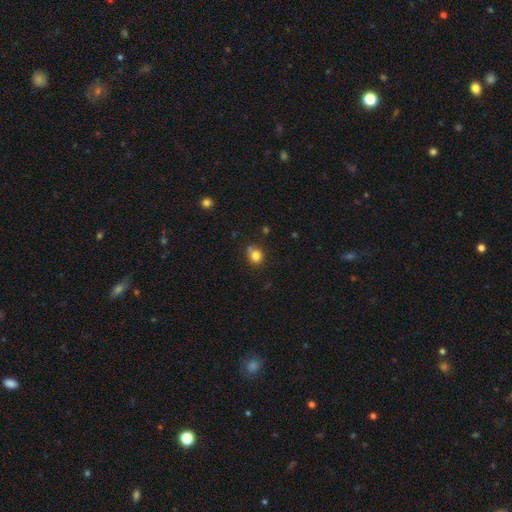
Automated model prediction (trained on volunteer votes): Smooth or featured: smooth — 81% (star or artifact — 12%)
How rounded: round — 80% (in between — 19%)
Merging: none — 71% (minor disturbance — 17%)